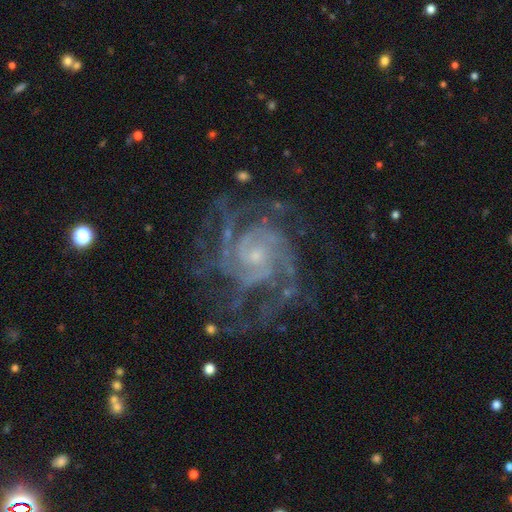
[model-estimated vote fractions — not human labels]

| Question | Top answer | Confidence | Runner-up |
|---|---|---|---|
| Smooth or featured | featured or disk | 90% | star or artifact (6%) |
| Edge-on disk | no | 98% | yes (2%) |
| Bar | no | 67% | weak (27%) |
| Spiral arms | yes | 98% | no (2%) |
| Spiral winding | tight | 59% | medium (35%) |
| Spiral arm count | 2 | 25% | 3 (24%) |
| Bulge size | small | 72% | moderate (22%) |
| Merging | none | 67% | minor disturbance (17%) |